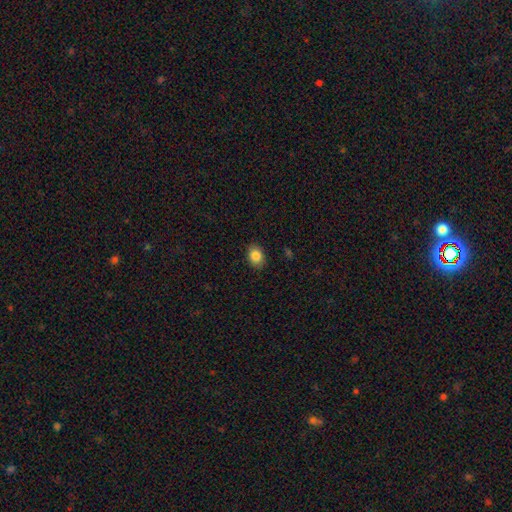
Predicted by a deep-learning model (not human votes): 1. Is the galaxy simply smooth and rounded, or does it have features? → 85% smooth, 9% star or artifact, 6% featured or disk.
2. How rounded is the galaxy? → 69% in between, 30% round, 1% cigar-shaped.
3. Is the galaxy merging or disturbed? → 87% none, 9% minor disturbance, 2% major disturbance, 1% merger.